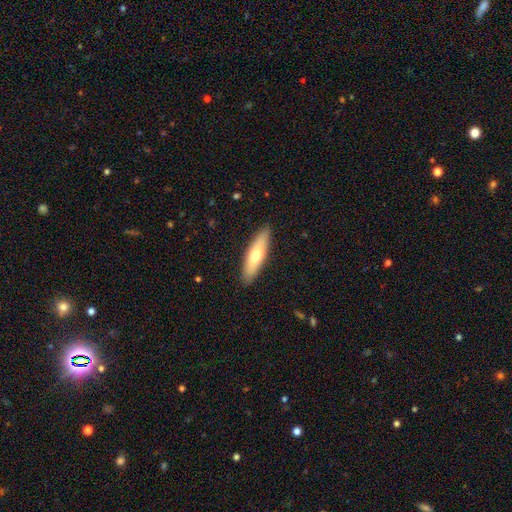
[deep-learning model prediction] This is likely a smooth galaxy (63%). How rounded: likely cigar-shaped (63%). Merging: clearly none (89%).